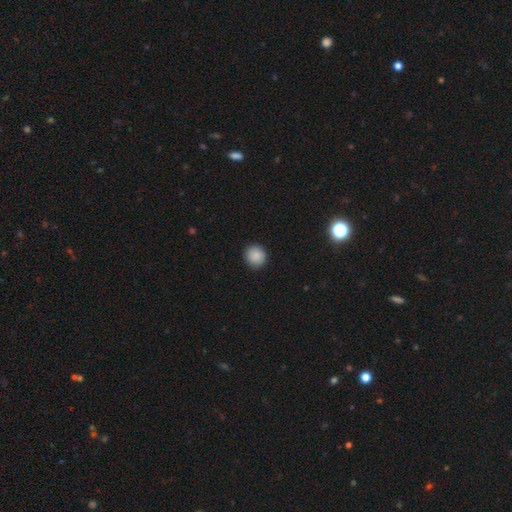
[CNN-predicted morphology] A smooth galaxy with no disk features (87%) that is round (87%). Merging: none (88%).